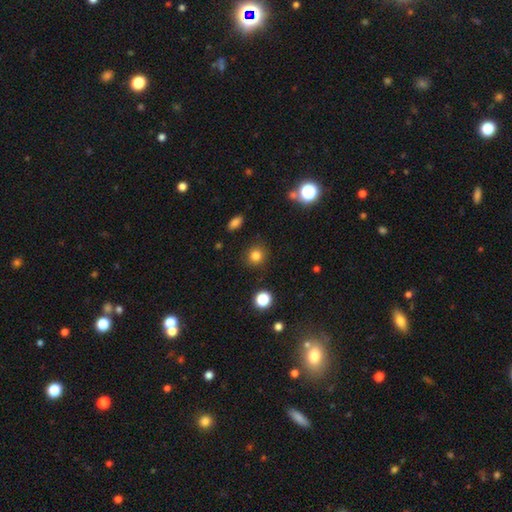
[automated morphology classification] smooth_or_featured: smooth (p=0.82) [alt: star or artifact p=0.13]
how_rounded: round (p=0.89) [alt: in between p=0.10]
merging: none (p=0.88) [alt: minor disturbance p=0.08]